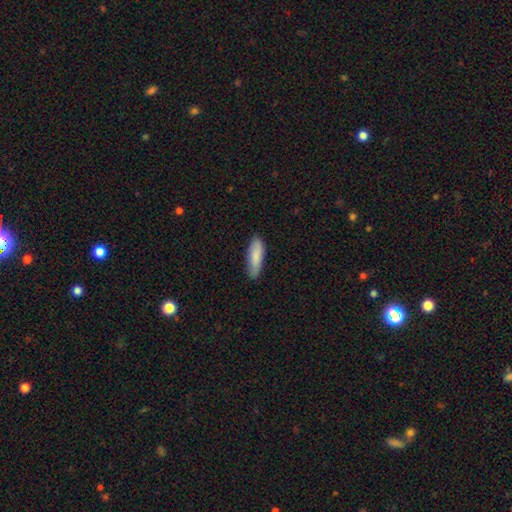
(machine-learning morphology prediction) This is clearly a smooth galaxy (85%). How rounded: possibly in between (50%). Merging: clearly none (84%).